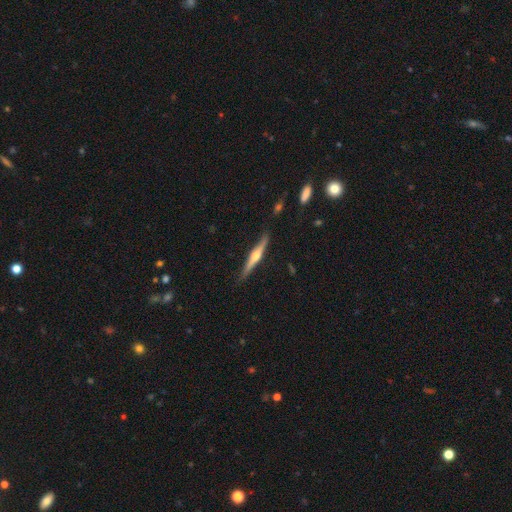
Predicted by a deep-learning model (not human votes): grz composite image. It shows a featured or disk galaxy (70%) viewed edge-on (97%) with a rounded central bulge (87%). Merging: none (85%).